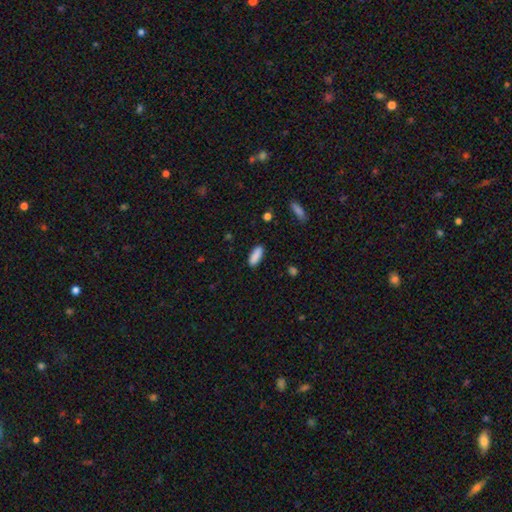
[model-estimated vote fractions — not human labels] Smooth or featured?
  - smooth: 89% *
  - star or artifact: 7%
  - featured or disk: 4%
How rounded?
  - in between: 64% *
  - cigar-shaped: 35%
  - round: 2%
Merging?
  - none: 87% *
  - minor disturbance: 9%
  - major disturbance: 2%
  - merger: 1%